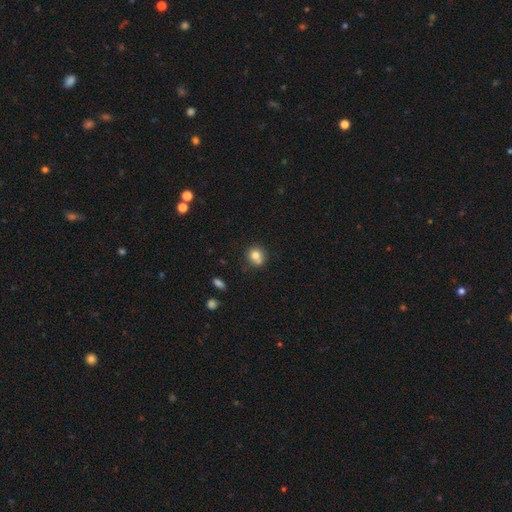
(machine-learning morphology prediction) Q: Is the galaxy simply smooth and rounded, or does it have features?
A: smooth — 78%.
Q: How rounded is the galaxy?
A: round — 81%.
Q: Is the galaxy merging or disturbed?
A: none — 63%.